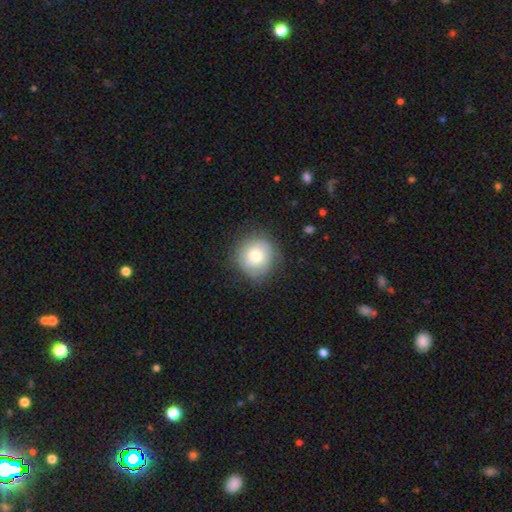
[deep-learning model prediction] Smooth or featured: smooth — 70% (featured or disk — 21%)
How rounded: round — 91% (in between — 8%)
Merging: none — 78% (minor disturbance — 15%)